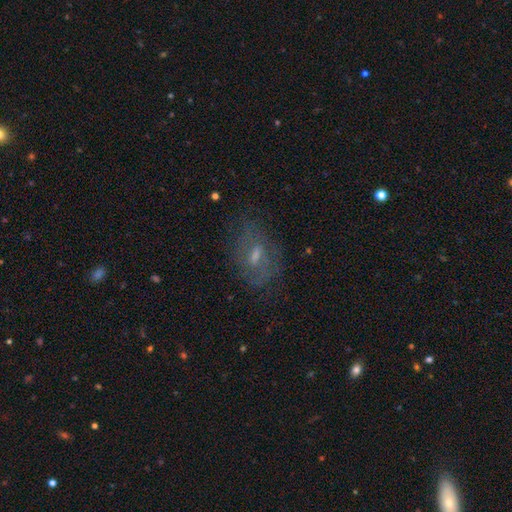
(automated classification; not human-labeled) smooth_or_featured: featured or disk (p=0.54) [alt: smooth p=0.32]
disk_edge_on: no (p=0.91) [alt: yes p=0.09]
merging: none (p=0.64) [alt: minor disturbance p=0.20]